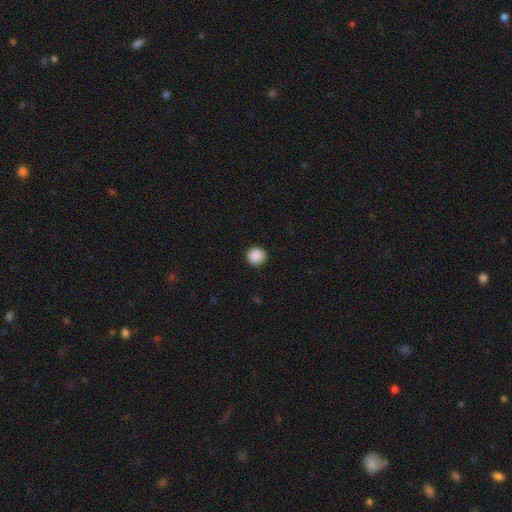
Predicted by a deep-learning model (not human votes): Smooth or featured? Predicted: smooth (p=0.89). How rounded? Predicted: round (p=0.94). Merging? Predicted: none (p=0.92).